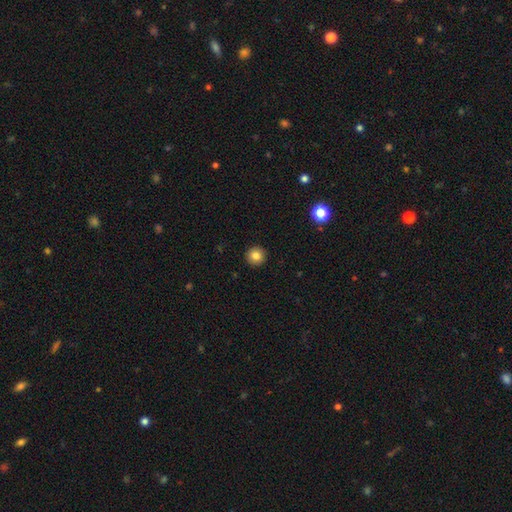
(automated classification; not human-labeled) Smooth or featured: smooth — 83% (star or artifact — 10%)
How rounded: round — 95% (in between — 4%)
Merging: none — 93% (minor disturbance — 4%)